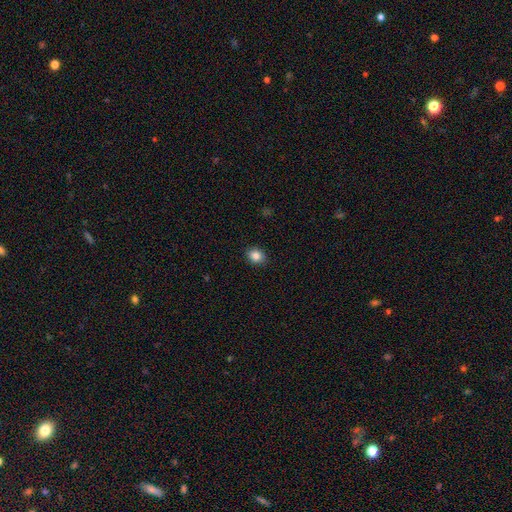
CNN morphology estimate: smooth 84%, star or artifact 10%, featured or disk 6%. Down the decision tree: how rounded — round (56%); merging — none (90%).